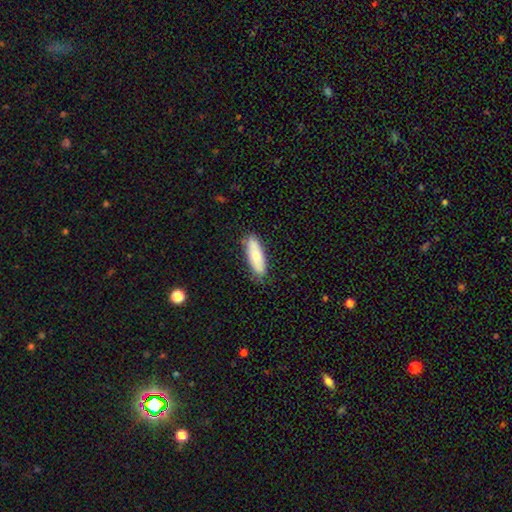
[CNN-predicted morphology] smooth-or-featured: smooth: 68% | featured or disk: 26% | star or artifact: 6%
  how-rounded: in between: 62% | cigar-shaped: 36% | round: 2%
  merging: none: 82% | minor disturbance: 14% | major disturbance: 3% | merger: 2%